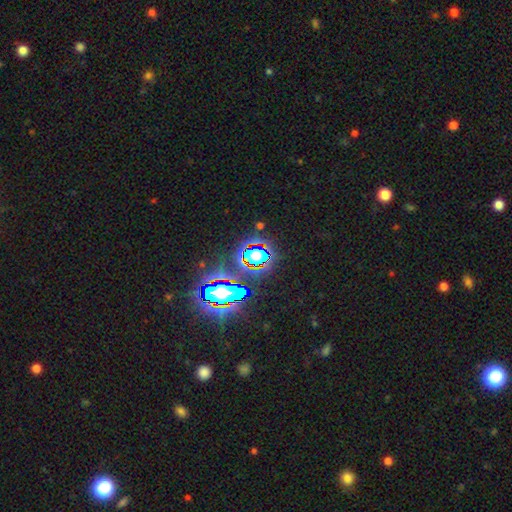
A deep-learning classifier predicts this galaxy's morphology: Smooth or featured?
  - star or artifact: 65% *
  - smooth: 21%
  - featured or disk: 15%